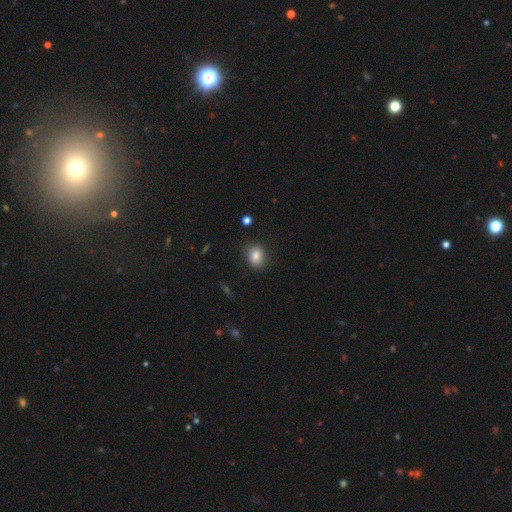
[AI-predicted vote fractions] Smooth or featured: smooth — 84% (star or artifact — 10%)
How rounded: in between — 53% (round — 46%)
Merging: none — 81% (minor disturbance — 14%)